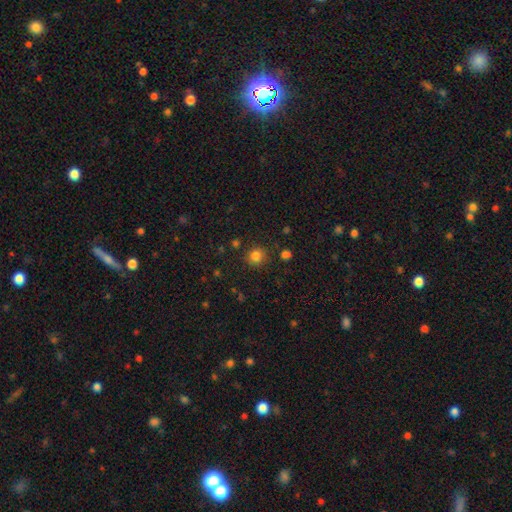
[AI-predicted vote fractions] This appears to be a smooth galaxy with no disk features (82%) that is round (88%). Merging: none (85%).